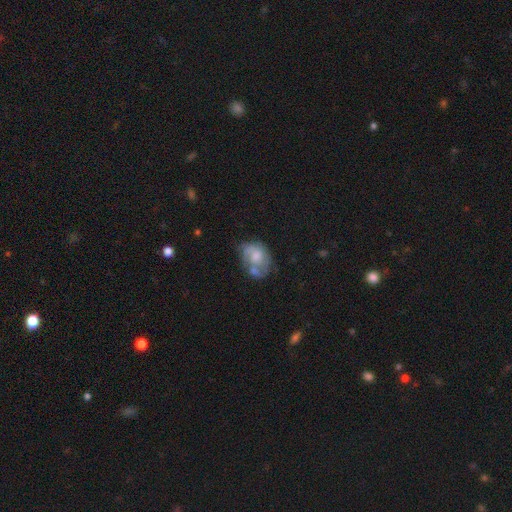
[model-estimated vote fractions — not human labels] Morphology: type=featured or disk (51%); edge-on=no (97%); merging=none (41%).